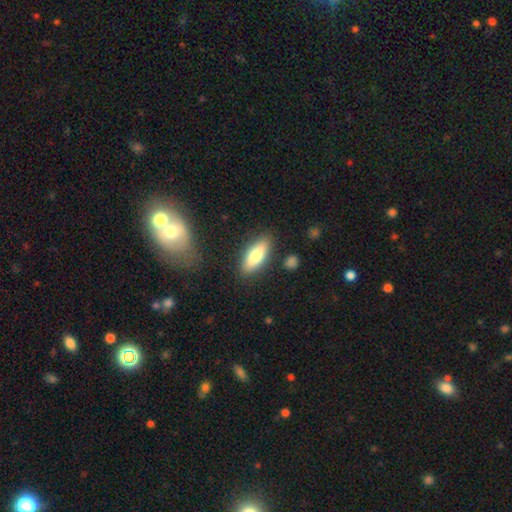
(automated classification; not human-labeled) This appears to be a smooth galaxy with no disk features (73%) that is in between round and cigar-shaped (65%). Merging: none (84%).